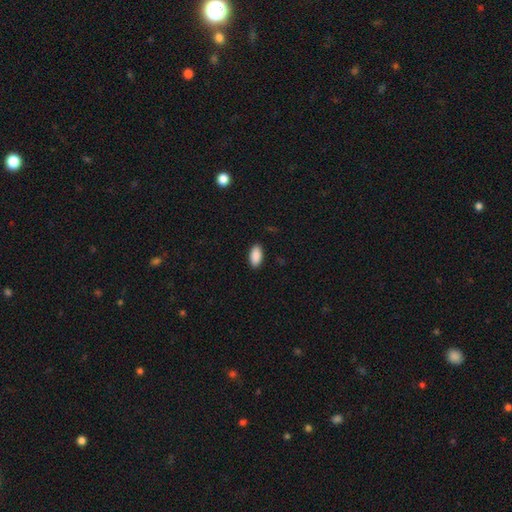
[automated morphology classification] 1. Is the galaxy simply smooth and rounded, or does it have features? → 90% smooth, 7% star or artifact, 3% featured or disk.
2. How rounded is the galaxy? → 93% in between, 5% cigar-shaped, 2% round.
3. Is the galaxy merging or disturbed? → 89% none, 8% minor disturbance, 2% major disturbance, 1% merger.